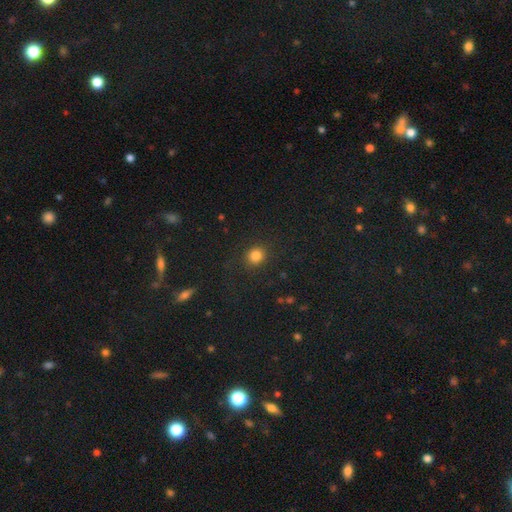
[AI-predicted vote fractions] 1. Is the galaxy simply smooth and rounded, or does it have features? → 82% smooth, 12% star or artifact, 6% featured or disk.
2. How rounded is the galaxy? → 82% round, 17% in between, 1% cigar-shaped.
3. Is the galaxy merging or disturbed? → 86% none, 8% minor disturbance, 4% major disturbance, 1% merger.